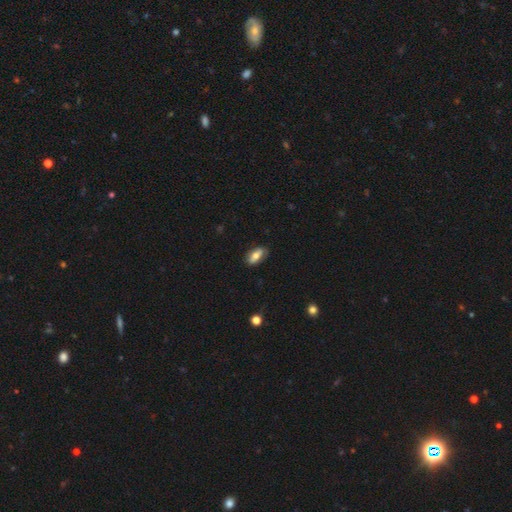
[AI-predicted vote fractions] Q: Smooth or featured?
A: smooth (65%); runner-up: featured or disk (28%)
Q: How rounded?
A: in between (87%); runner-up: cigar-shaped (9%)
Q: Merging?
A: none (81%); runner-up: minor disturbance (15%)